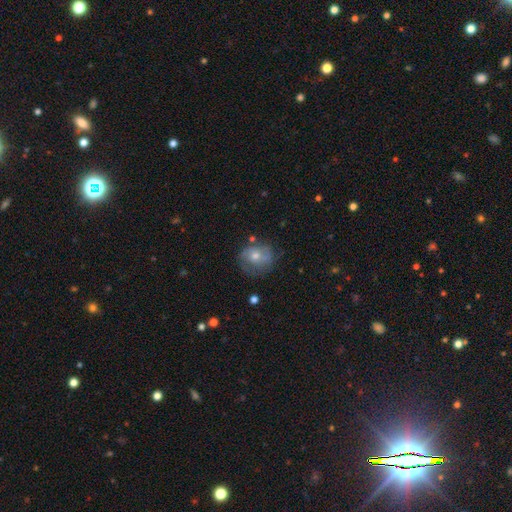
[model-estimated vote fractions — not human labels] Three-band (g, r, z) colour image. It shows a featured or disk galaxy (56%) with no bar (71%), spiral arms (75%) and a moderate central bulge (56%). Merging: none (69%).